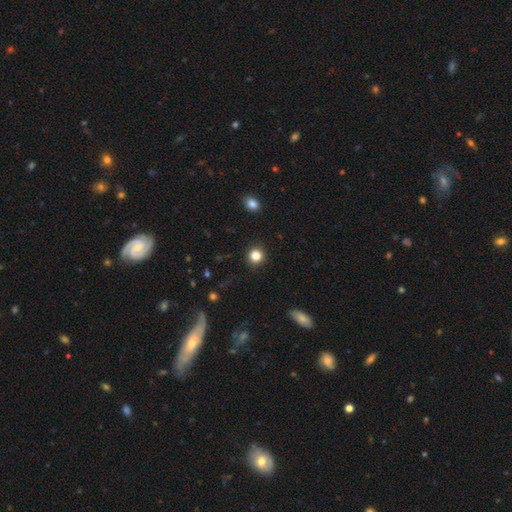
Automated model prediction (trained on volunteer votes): A smooth galaxy with no disk features (84%) that is round (91%).

Vote fractions:
- Smooth or featured? smooth: 84% / star or artifact: 12% / featured or disk: 4%
- How rounded? round: 91% / in between: 8% / cigar-shaped: 1%
- Merging? none: 91% / minor disturbance: 6% / major disturbance: 2% / merger: 1%